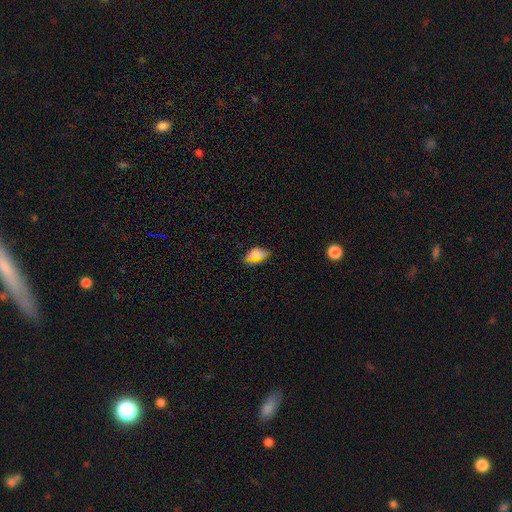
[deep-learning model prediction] Q: Smooth or featured?
A: smooth (68%); runner-up: star or artifact (22%)
Q: How rounded?
A: in between (87%); runner-up: round (7%)
Q: Merging?
A: none (72%); runner-up: minor disturbance (19%)